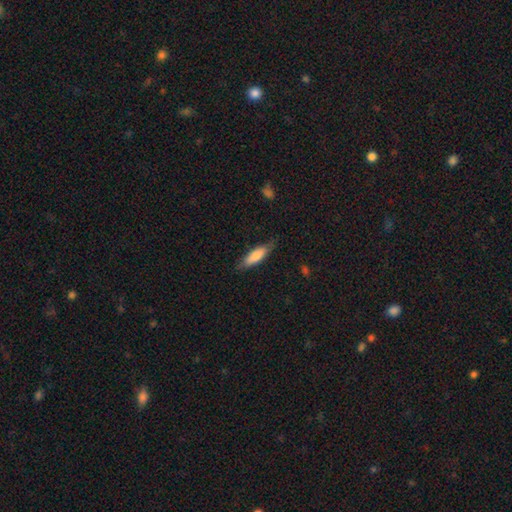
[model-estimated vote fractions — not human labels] Smooth or featured? Predicted: smooth (p=0.76). How rounded? Predicted: cigar-shaped (p=0.54). Merging? Predicted: none (p=0.75).